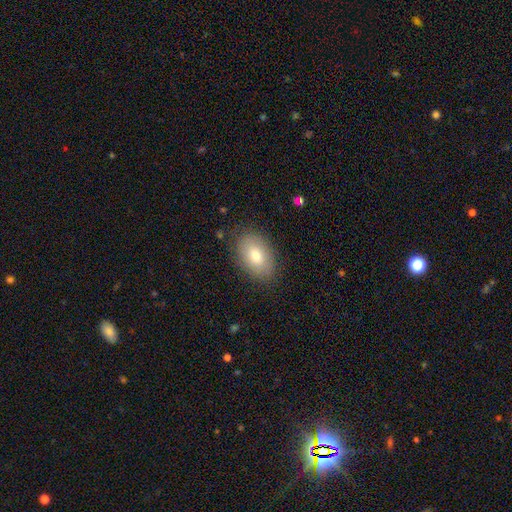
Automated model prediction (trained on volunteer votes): Smooth or featured: smooth — 75% (featured or disk — 17%)
How rounded: in between — 89% (round — 10%)
Merging: none — 84% (minor disturbance — 12%)